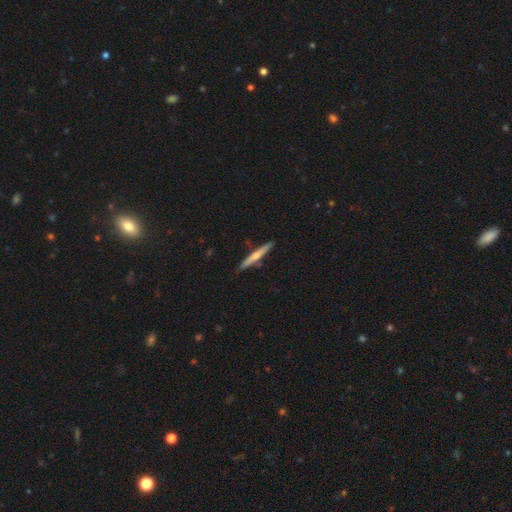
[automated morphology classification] Overall: featured or disk (49%; smooth 45%). Merging: none (85%).